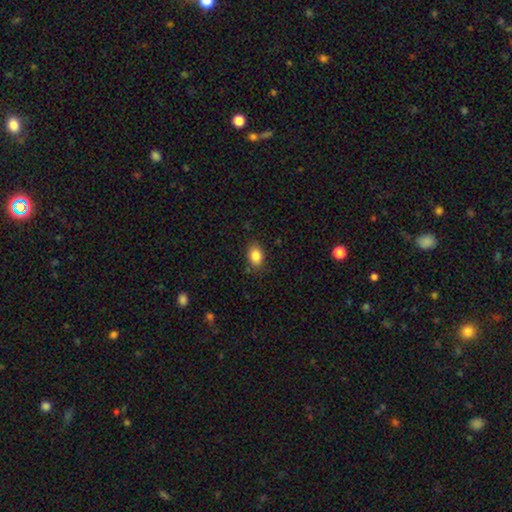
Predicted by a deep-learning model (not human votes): Smooth or featured? smooth (86%)
How rounded? in between (81%)
Merging? none (83%)